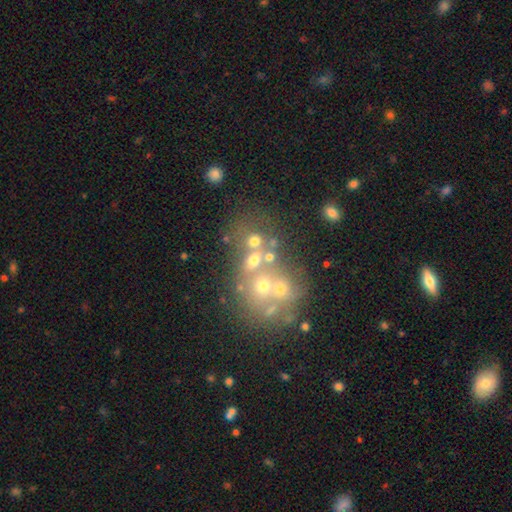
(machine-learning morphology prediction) The model was most divided on "merging": none: 42%, merger: 41%, minor disturbance: 9%, major disturbance: 8%. Remaining: smooth or featured — smooth (49%).